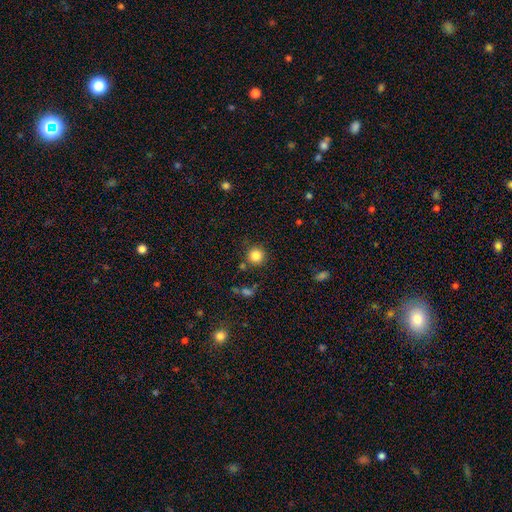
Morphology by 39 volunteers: smooth-or-featured: smooth: 87% | star or artifact: 10% | featured or disk: 3%
  how-rounded: round: 91% | in between: 9% | cigar-shaped: 0%
  merging: none: 94% | minor disturbance: 3% | merger: 3% | major disturbance: 0%